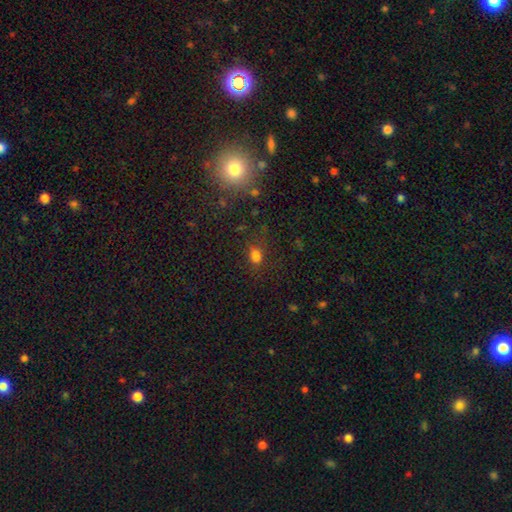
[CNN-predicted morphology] The model was most divided on "how rounded": in between: 67%, round: 30%, cigar-shaped: 3%. More confident: smooth or featured — smooth (71%); merging — none (63%).